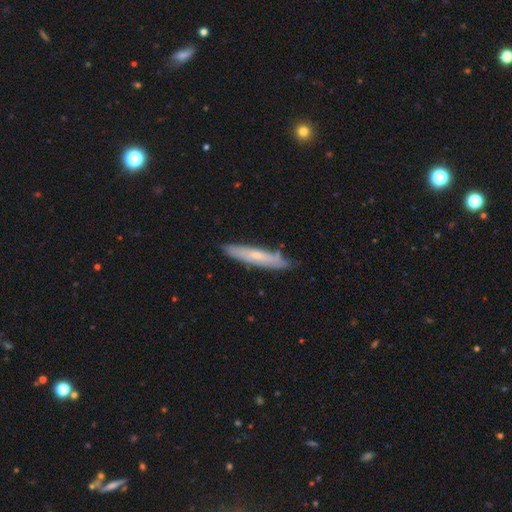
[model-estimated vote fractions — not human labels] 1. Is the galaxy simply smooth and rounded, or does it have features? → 49% smooth, 45% featured or disk, 6% star or artifact.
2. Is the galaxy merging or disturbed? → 82% none, 15% minor disturbance, 2% major disturbance, 2% merger.